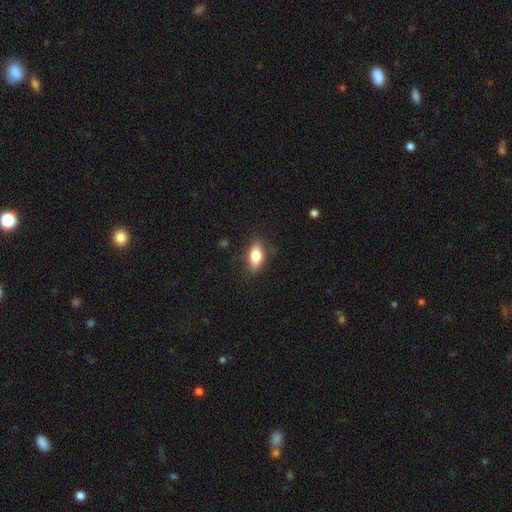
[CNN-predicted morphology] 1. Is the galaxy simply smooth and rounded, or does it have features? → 76% smooth, 16% featured or disk, 8% star or artifact.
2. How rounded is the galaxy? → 83% in between, 10% cigar-shaped, 7% round.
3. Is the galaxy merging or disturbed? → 80% none, 15% minor disturbance, 4% major disturbance, 1% merger.